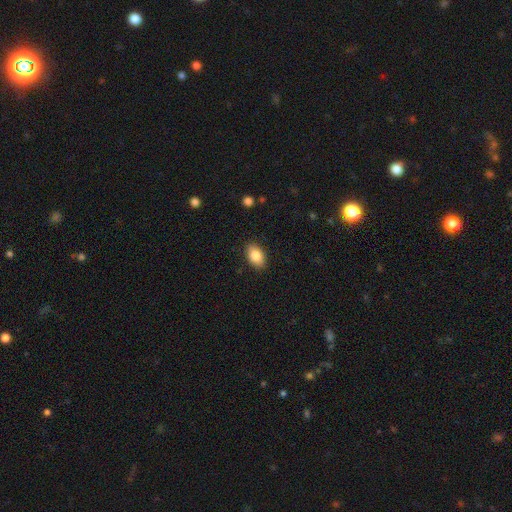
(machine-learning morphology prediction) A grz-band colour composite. It shows a smooth galaxy with no disk features (86%) that is in between round and cigar-shaped (90%). Merging: none (88%).